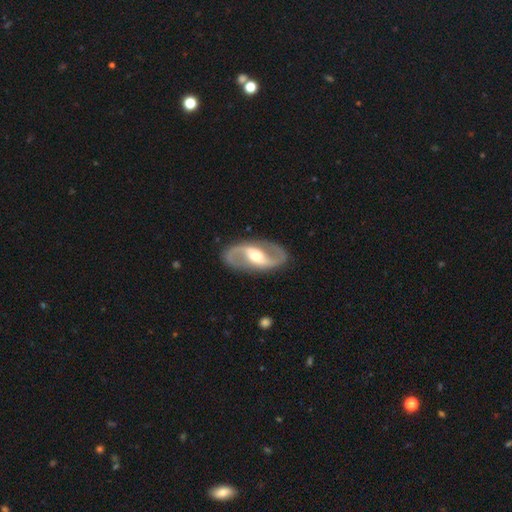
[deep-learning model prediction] smooth-or-featured: featured or disk: 91% | smooth: 6% | star or artifact: 4%
  disk-edge-on: no: 97% | yes: 3%
    bar: weak: 39% | strong: 37% | no: 24%
    has-spiral-arms: yes: 95% | no: 5%
      spiral-winding: medium: 48% | loose: 40% | tight: 12%
      spiral-arm-count: 2: 94% | can't tell: 2% | 1: 1% | 3: 1% | 4: 1% | more than 4: 1%
    bulge-size: moderate: 68% | small: 23% | large: 7% | dominant: 1% | none: 1%
  merging: none: 88% | minor disturbance: 8% | major disturbance: 3% | merger: 1%